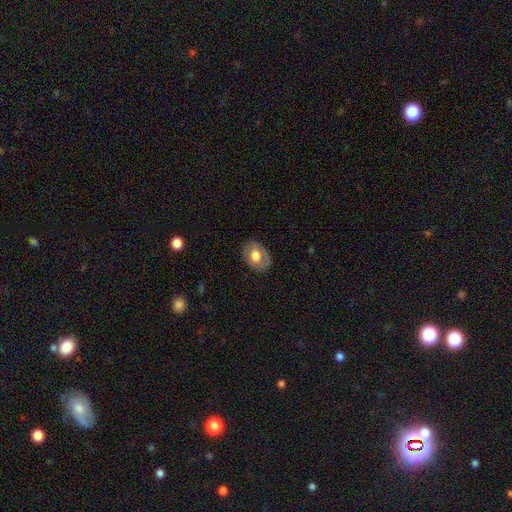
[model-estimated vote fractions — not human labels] Morphology: type=smooth (57%); roundness=in between (68%); merging=none (80%).